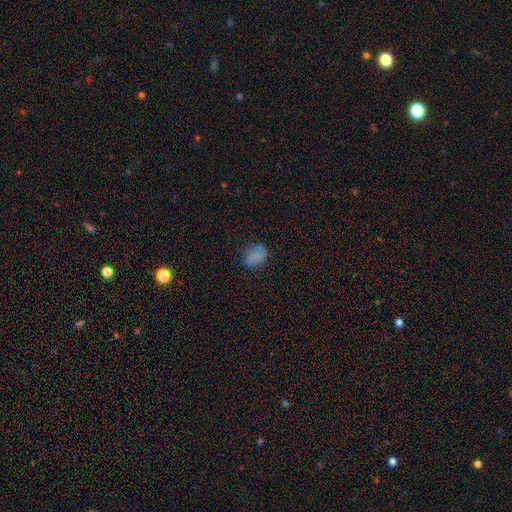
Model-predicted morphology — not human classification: smooth 74%, star or artifact 17%, featured or disk 8%. Down the decision tree: how rounded — in between (68%); merging — none (75%).